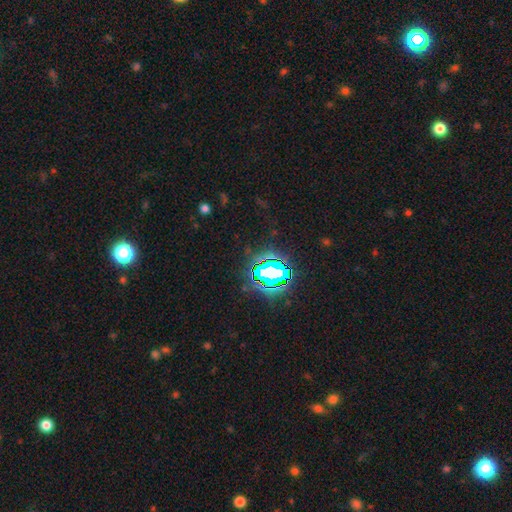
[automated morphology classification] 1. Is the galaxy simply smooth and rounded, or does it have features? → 79% star or artifact, 13% smooth, 8% featured or disk.